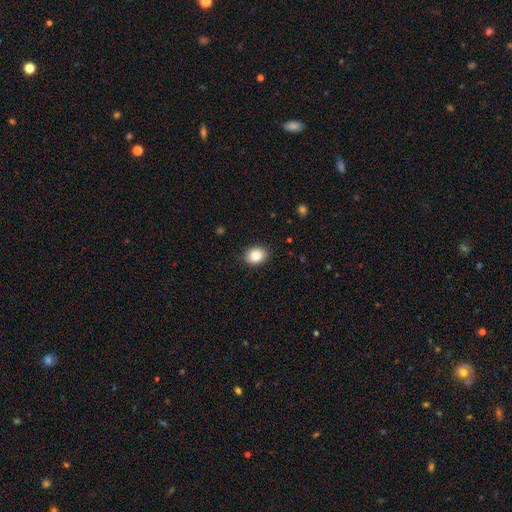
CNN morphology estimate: Smooth or featured? Predicted: smooth (p=0.87). How rounded? Predicted: round (p=0.50). Merging? Predicted: none (p=0.87).